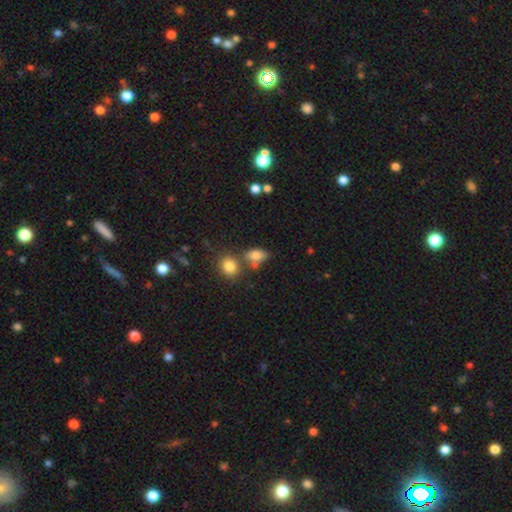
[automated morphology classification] Smooth or featured? smooth (80%)
How rounded? in between (79%)
Merging? none (53%)